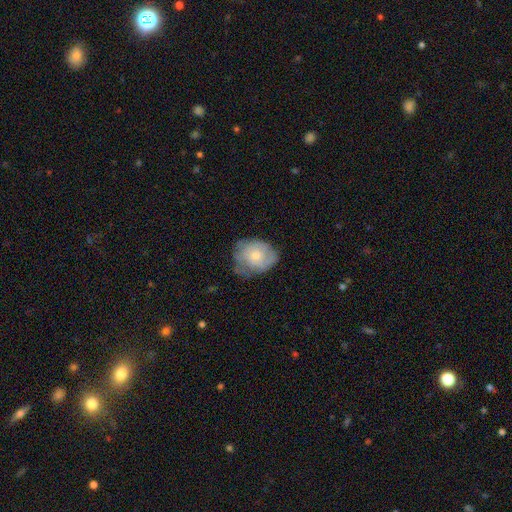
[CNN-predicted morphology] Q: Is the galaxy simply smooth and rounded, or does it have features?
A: smooth — 61%.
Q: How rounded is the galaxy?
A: in between — 53%.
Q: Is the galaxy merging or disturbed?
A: none — 48%.